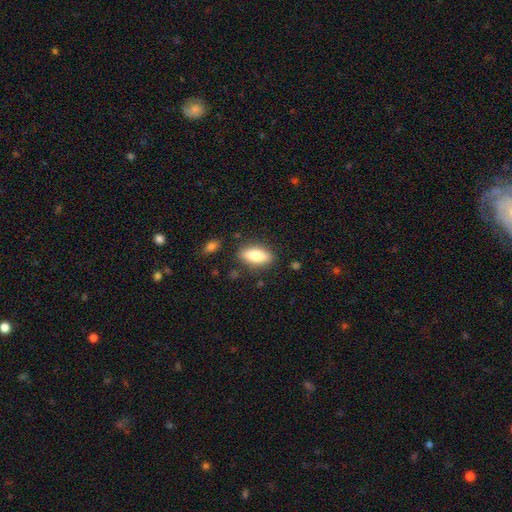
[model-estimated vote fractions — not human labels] Morphology: type=smooth (73%); roundness=in between (80%); merging=none (83%).